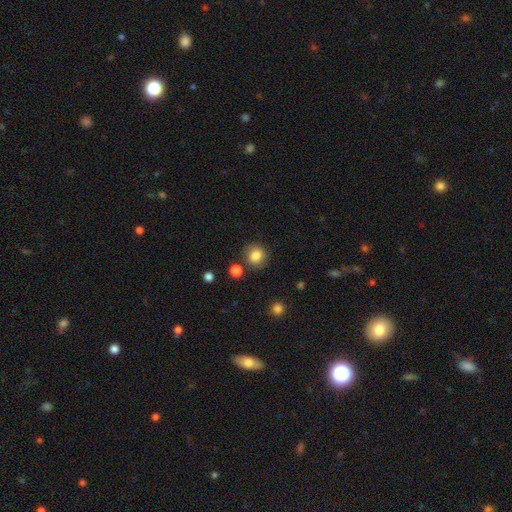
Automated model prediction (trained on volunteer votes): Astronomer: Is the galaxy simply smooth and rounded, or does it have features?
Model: smooth — 82%.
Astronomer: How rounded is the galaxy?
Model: round — 85%.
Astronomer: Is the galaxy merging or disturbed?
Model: none — 81%.